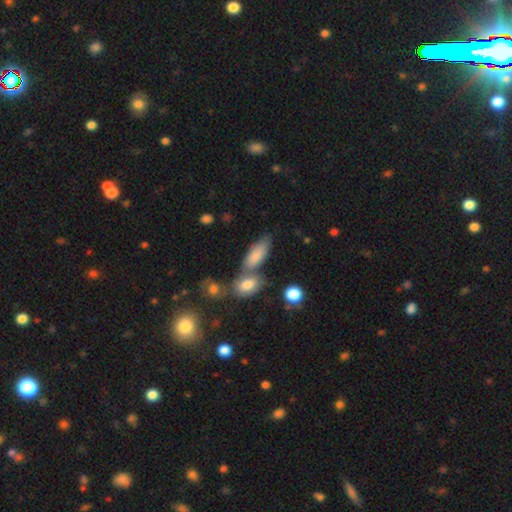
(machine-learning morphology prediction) Smooth or featured? smooth (79%)
How rounded? in between (82%)
Merging? none (42%)